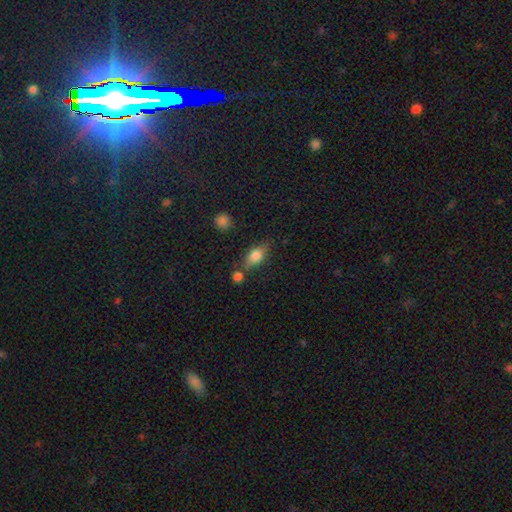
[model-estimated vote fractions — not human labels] Q: Smooth or featured?
A: smooth (73%); runner-up: featured or disk (19%)
Q: How rounded?
A: in between (77%); runner-up: cigar-shaped (14%)
Q: Merging?
A: none (65%); runner-up: minor disturbance (16%)